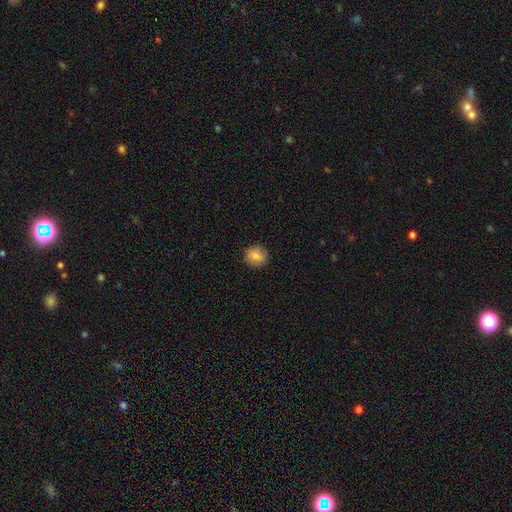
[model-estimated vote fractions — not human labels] This appears to be a smooth galaxy with no disk features (83%) that is round (81%). Merging: none (87%).